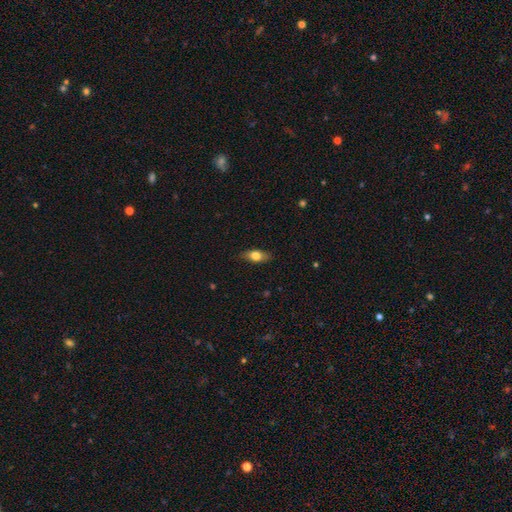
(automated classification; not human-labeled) This appears to be a smooth galaxy with no disk features (72%) that is in between round and cigar-shaped (79%). Merging: none (84%).